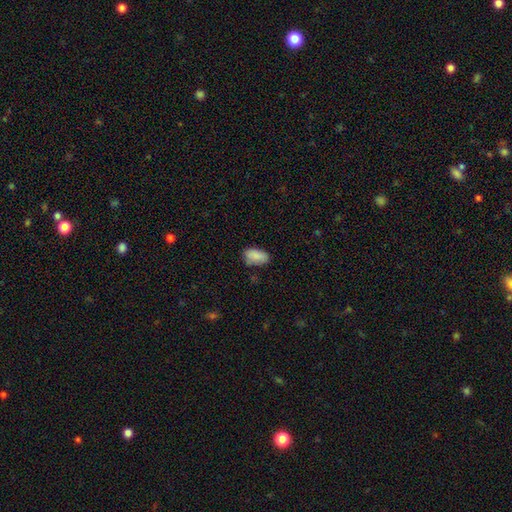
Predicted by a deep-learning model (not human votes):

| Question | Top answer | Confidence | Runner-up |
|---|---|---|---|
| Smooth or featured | smooth | 87% | star or artifact (7%) |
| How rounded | in between | 93% | round (5%) |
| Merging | none | 73% | minor disturbance (21%) |